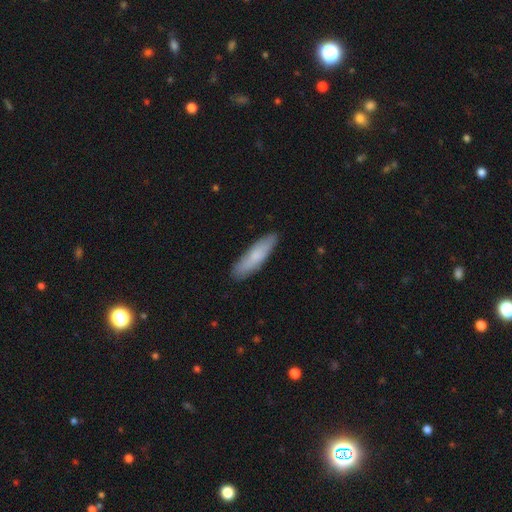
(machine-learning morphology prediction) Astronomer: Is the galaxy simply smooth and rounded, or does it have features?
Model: smooth — 73%.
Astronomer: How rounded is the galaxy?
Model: cigar-shaped — 70%.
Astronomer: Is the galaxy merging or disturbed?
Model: none — 86%.